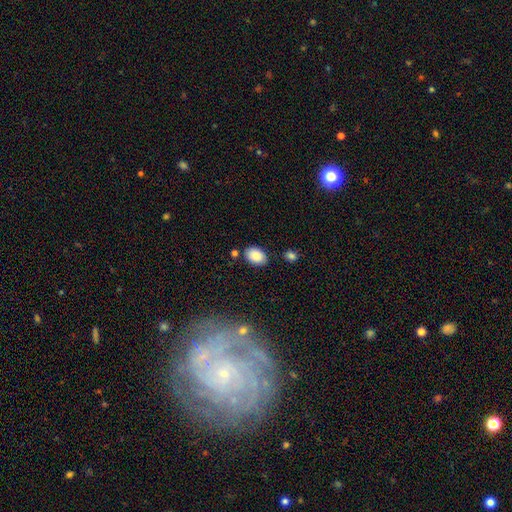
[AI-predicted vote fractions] Q: Smooth or featured?
A: smooth (87%); runner-up: star or artifact (8%)
Q: How rounded?
A: in between (86%); runner-up: round (13%)
Q: Merging?
A: none (80%); runner-up: minor disturbance (13%)